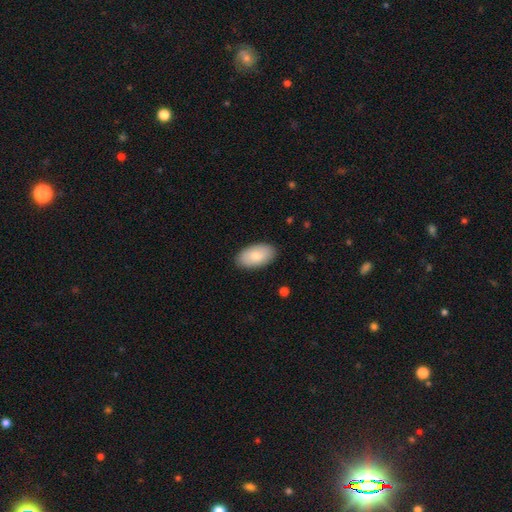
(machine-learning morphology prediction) Smooth or featured? smooth (80%)
How rounded? in between (95%)
Merging? none (88%)